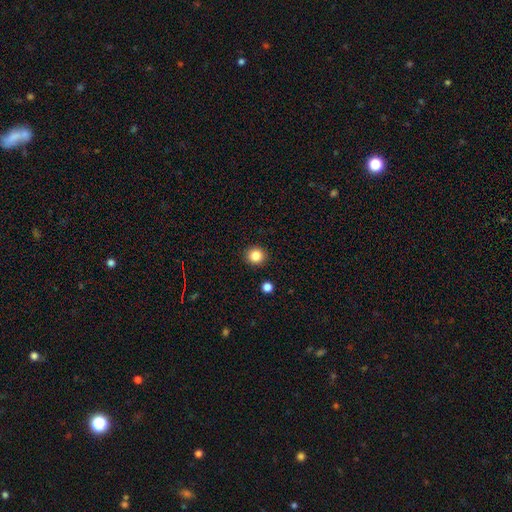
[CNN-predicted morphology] smooth_or_featured: smooth (p=0.85) [alt: star or artifact p=0.11]
how_rounded: round (p=0.90) [alt: in between p=0.09]
merging: none (p=0.91) [alt: minor disturbance p=0.05]